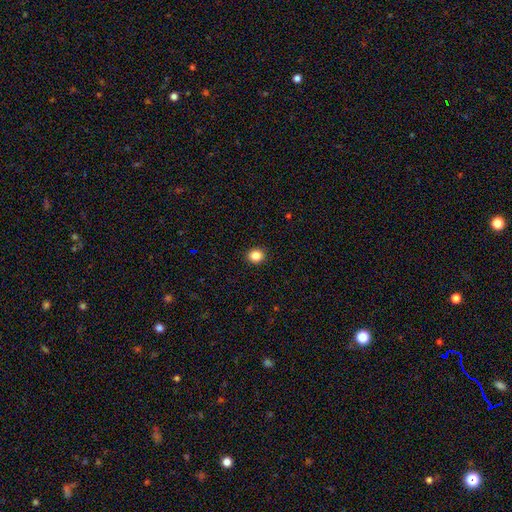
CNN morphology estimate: This appears to be a smooth galaxy with no disk features (86%) that is round (76%). Merging: none (92%).